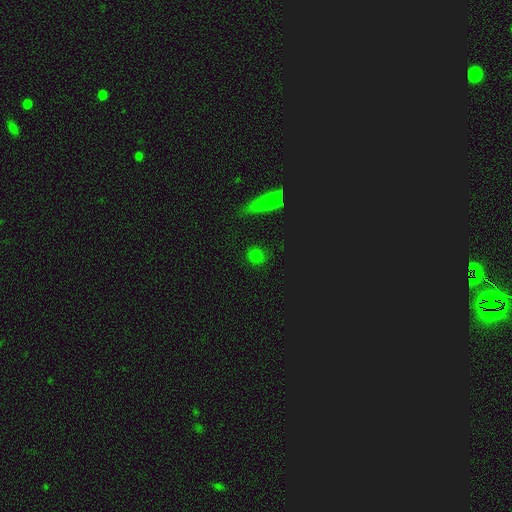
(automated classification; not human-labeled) The model was most divided on "smooth or featured": smooth: 72%, star or artifact: 21%, featured or disk: 6%. More confident: merging — none (87%); how rounded — round (87%).